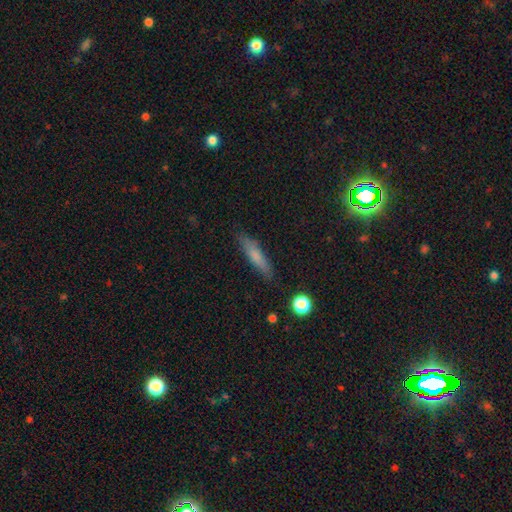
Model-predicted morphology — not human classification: Q: Smooth or featured?
A: smooth (71%); runner-up: featured or disk (21%)
Q: How rounded?
A: cigar-shaped (84%); runner-up: in between (14%)
Q: Merging?
A: none (85%); runner-up: minor disturbance (11%)